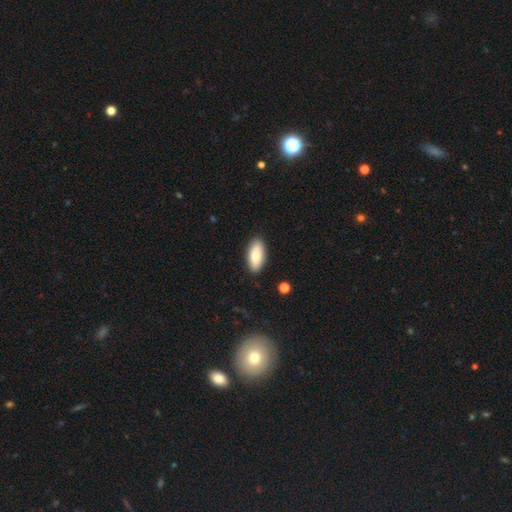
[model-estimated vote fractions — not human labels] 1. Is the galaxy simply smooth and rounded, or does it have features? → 82% smooth, 12% featured or disk, 6% star or artifact.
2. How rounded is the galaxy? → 86% in between, 11% cigar-shaped, 2% round.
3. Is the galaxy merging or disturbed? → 88% none, 8% minor disturbance, 2% major disturbance, 1% merger.